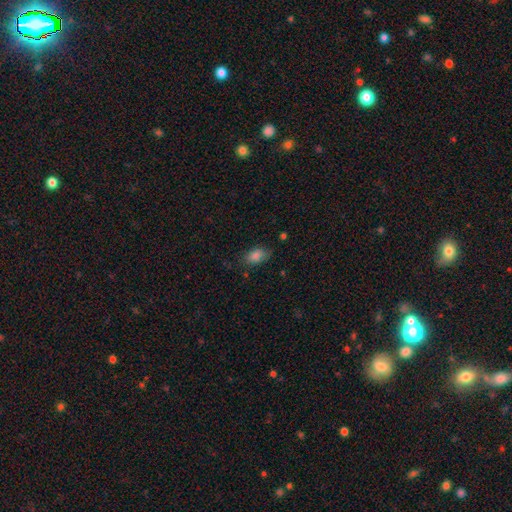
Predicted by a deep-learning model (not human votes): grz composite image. It shows a smooth galaxy with no disk features (85%) that is in between round and cigar-shaped (89%). Merging: none (77%).